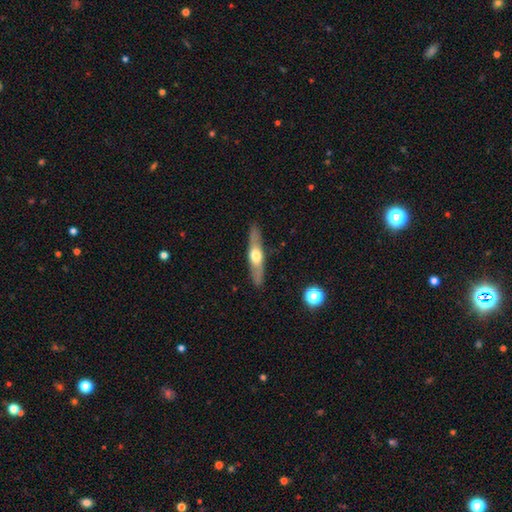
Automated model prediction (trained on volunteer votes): Smooth or featured? featured or disk (59%)
Edge-on disk? yes (90%)
Edge-on bulge? rounded (93%)
Merging? none (88%)